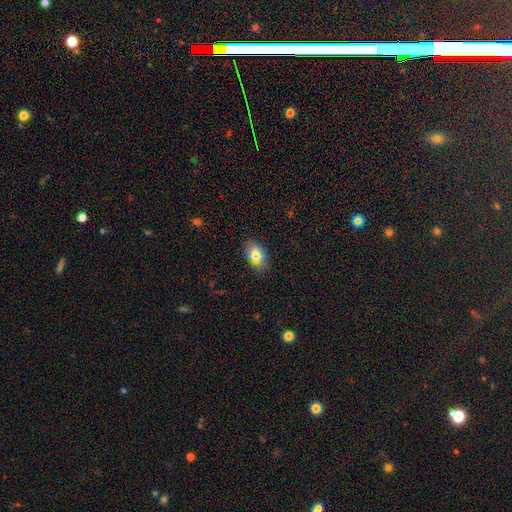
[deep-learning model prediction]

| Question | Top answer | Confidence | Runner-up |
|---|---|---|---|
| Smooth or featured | smooth | 79% | featured or disk (12%) |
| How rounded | in between | 88% | round (10%) |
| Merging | none | 80% | minor disturbance (15%) |